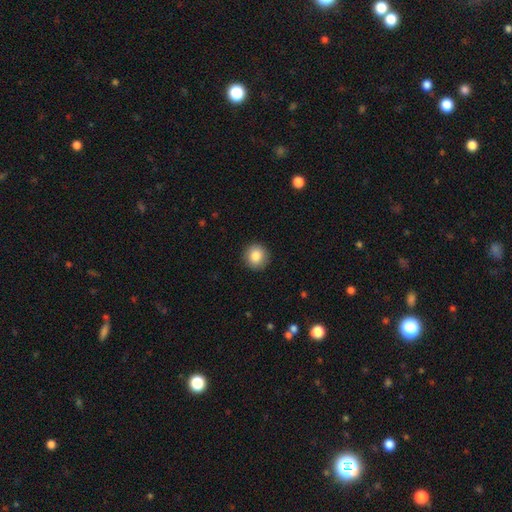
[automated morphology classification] A smooth galaxy with no disk features (86%) that is round (93%). Merging: none (92%).